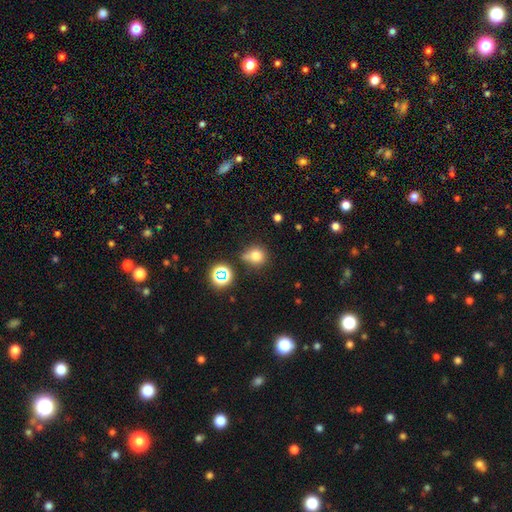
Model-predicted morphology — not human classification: Smooth or featured: smooth — 74% (star or artifact — 17%)
How rounded: round — 85% (in between — 14%)
Merging: none — 62% (minor disturbance — 18%)